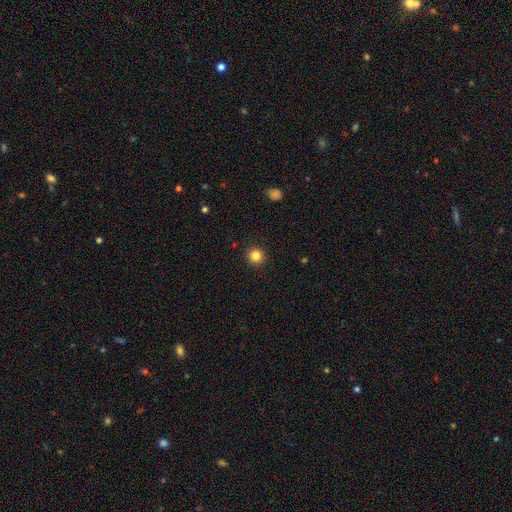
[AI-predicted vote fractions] smooth 84%, star or artifact 11%, featured or disk 4%. Down the decision tree: how rounded — round (94%); merging — none (93%).